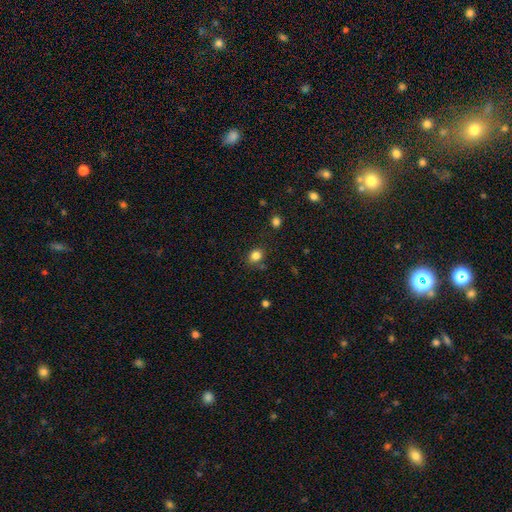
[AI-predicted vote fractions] Q: Smooth or featured?
A: smooth (83%); runner-up: star or artifact (12%)
Q: How rounded?
A: round (64%); runner-up: in between (35%)
Q: Merging?
A: none (81%); runner-up: minor disturbance (12%)